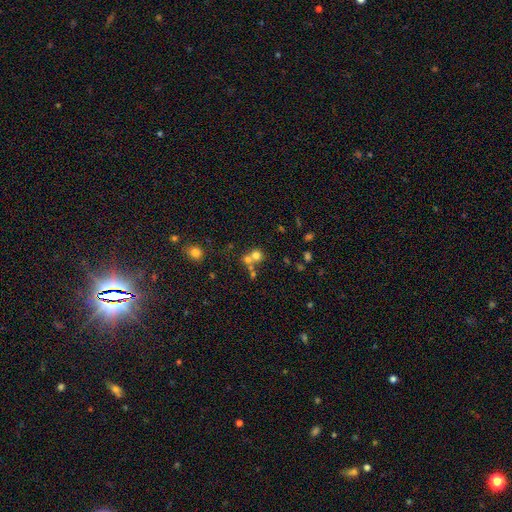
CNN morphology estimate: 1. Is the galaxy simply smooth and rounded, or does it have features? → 68% smooth, 18% star or artifact, 14% featured or disk.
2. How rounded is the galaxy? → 85% round, 14% in between, 1% cigar-shaped.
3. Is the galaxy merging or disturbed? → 47% merger, 43% none, 6% minor disturbance, 4% major disturbance.